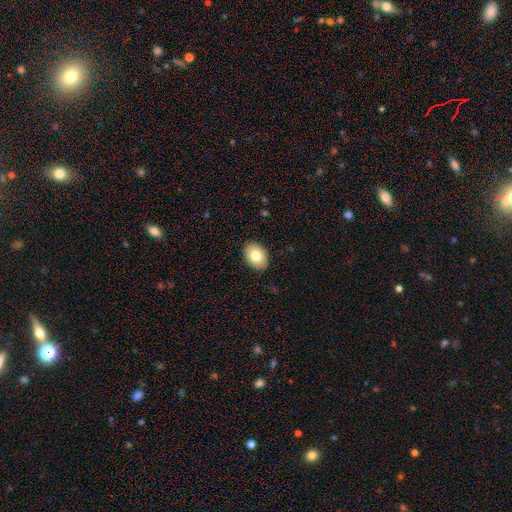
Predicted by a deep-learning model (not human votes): smooth-or-featured: smooth: 79% | featured or disk: 13% | star or artifact: 8%
  how-rounded: in between: 76% | round: 24% | cigar-shaped: 1%
  merging: none: 88% | minor disturbance: 9% | major disturbance: 2% | merger: 1%